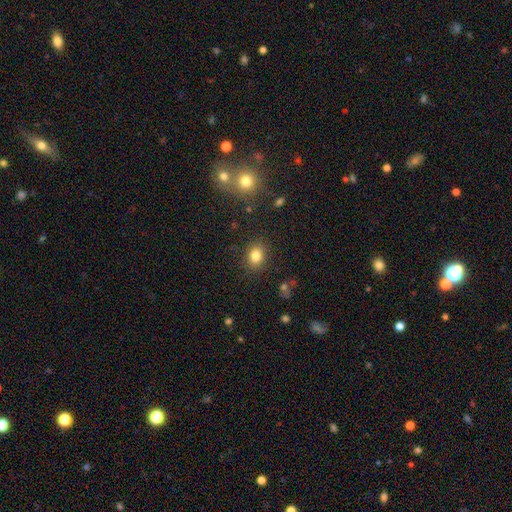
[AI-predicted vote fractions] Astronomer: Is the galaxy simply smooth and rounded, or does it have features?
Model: smooth — 82%.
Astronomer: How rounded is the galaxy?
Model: in between — 51% (runner-up: round, 48%).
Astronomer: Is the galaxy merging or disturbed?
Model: none — 86%.